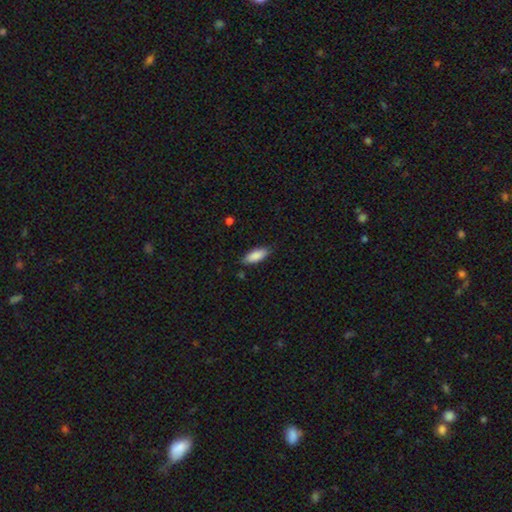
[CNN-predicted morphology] A smooth galaxy with no disk features (87%) that is in between round and cigar-shaped (78%). Merging: none (81%).